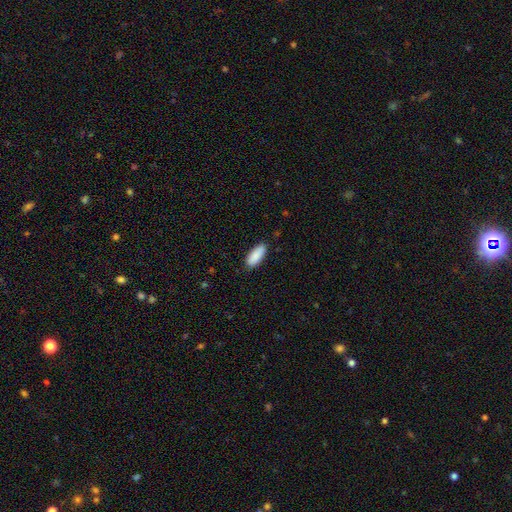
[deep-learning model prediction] Smooth or featured: smooth — 89% (star or artifact — 6%)
How rounded: in between — 81% (cigar-shaped — 18%)
Merging: none — 84% (minor disturbance — 13%)